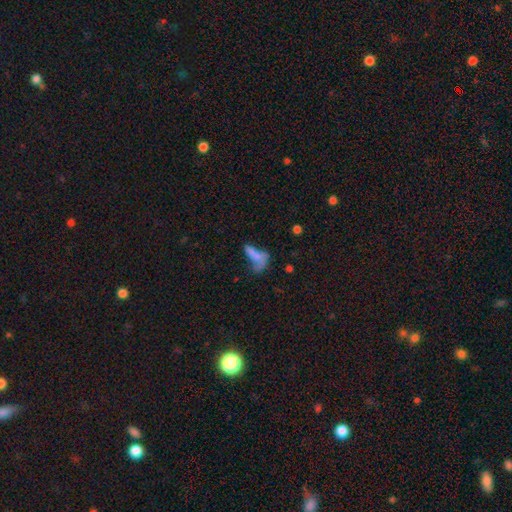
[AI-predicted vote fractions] Overall: smooth (58%; featured or disk 27%). How rounded: in between (68%). Merging: merger (41%; major disturbance 25%).